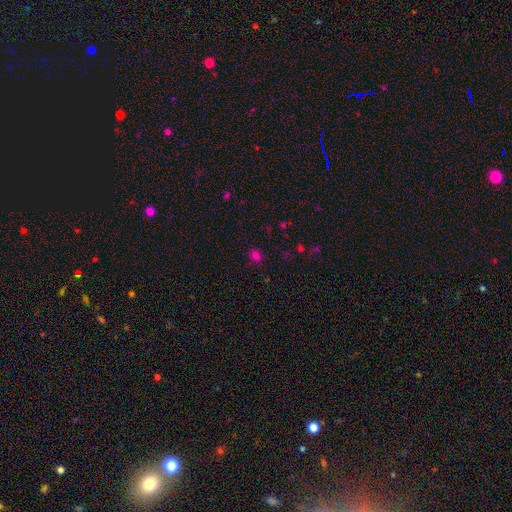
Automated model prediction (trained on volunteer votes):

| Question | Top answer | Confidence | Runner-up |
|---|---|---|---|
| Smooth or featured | smooth | 76% | star or artifact (19%) |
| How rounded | round | 55% | in between (44%) |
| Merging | none | 85% | minor disturbance (10%) |